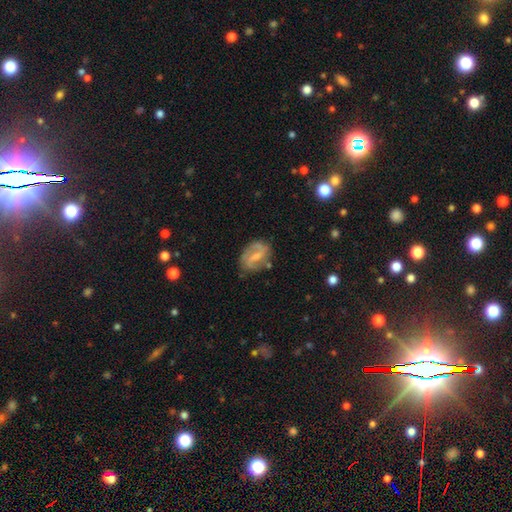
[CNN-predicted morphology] Overall: featured or disk (71%). Edge-on disk: no (97%). Bar: weak (50%; strong 29%). Spiral arms: yes (87%). Spiral arm count: 2 (82%). Spiral winding: medium (44%; loose 35%). Bulge size: small (40%; moderate 29%). Merging: none (70%).